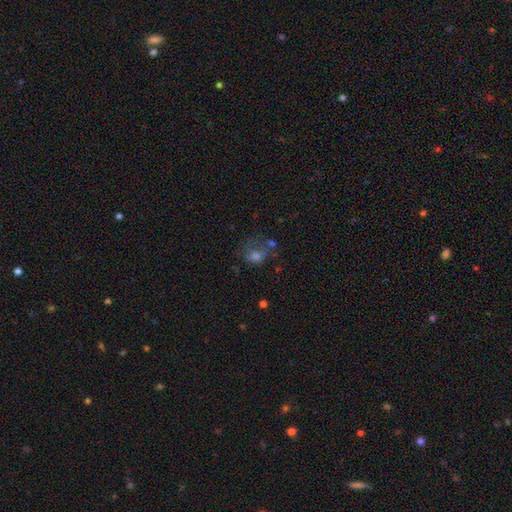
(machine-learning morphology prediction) Overall: smooth (51%; featured or disk 26%). How rounded: round (50%; in between 48%). Merging: none (39%; major disturbance 27%).